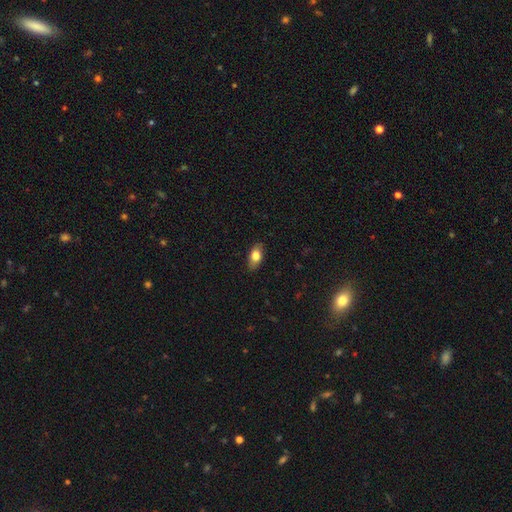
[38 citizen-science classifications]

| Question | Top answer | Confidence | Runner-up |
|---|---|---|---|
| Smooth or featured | smooth | 68% | featured or disk (24%) |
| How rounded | in between | 88% | cigar-shaped (8%) |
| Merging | none | 77% | minor disturbance (20%) |